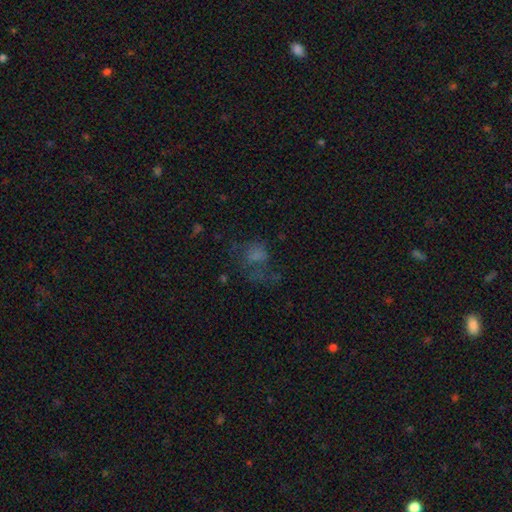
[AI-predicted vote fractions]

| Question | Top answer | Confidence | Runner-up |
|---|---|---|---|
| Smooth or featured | smooth | 56% | star or artifact (22%) |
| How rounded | round | 51% | in between (47%) |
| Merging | major disturbance | 42% | none (34%) |